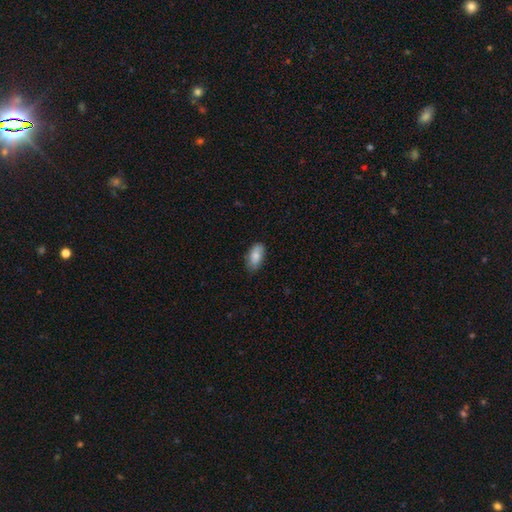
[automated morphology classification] smooth 83%, featured or disk 11%, star or artifact 6%. Down the decision tree: how rounded — in between (92%); merging — none (79%).